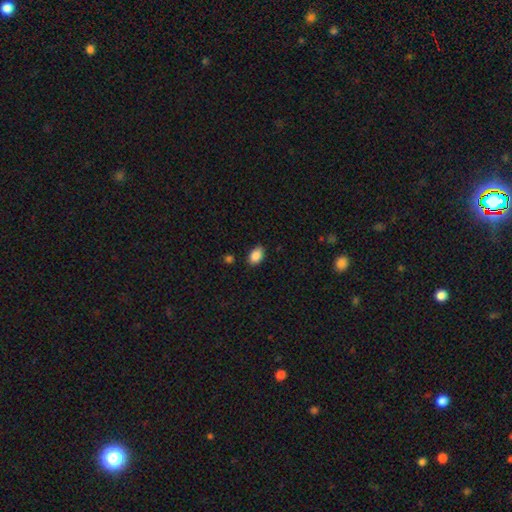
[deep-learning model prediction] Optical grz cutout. It shows a smooth galaxy with no disk features (88%) that is in between round and cigar-shaped (86%). Merging: none (84%).